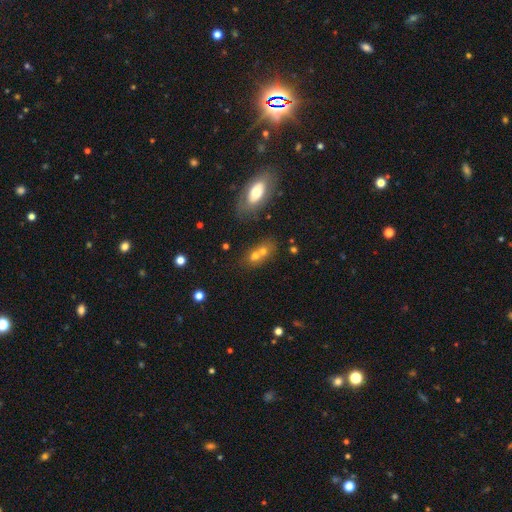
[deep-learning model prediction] This is likely a smooth galaxy (63%). How rounded: possibly in between (54%). Merging: possibly merger (57%).